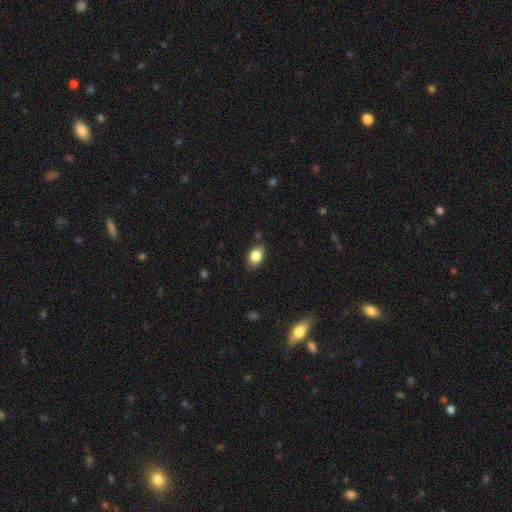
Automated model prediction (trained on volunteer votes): The model was most divided on "how rounded": in between: 76%, round: 23%, cigar-shaped: 1%. More confident: smooth or featured — smooth (85%); merging — none (82%).